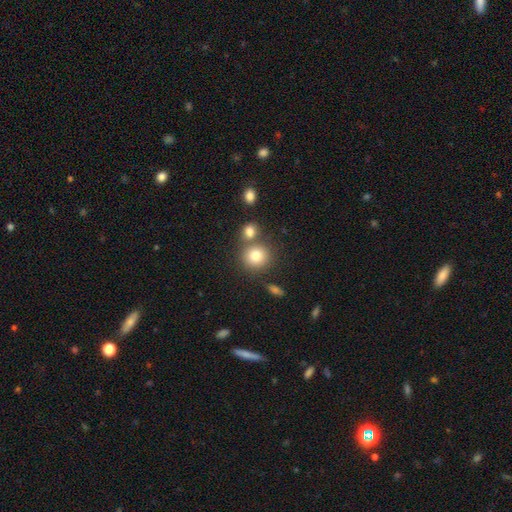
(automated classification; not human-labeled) A smooth galaxy with no disk features (80%) that is round (86%).

Vote fractions:
- Smooth or featured? smooth: 80% / star or artifact: 11% / featured or disk: 9%
- How rounded? round: 86% / in between: 13% / cigar-shaped: 1%
- Merging? none: 64% / merger: 24% / minor disturbance: 9% / major disturbance: 3%